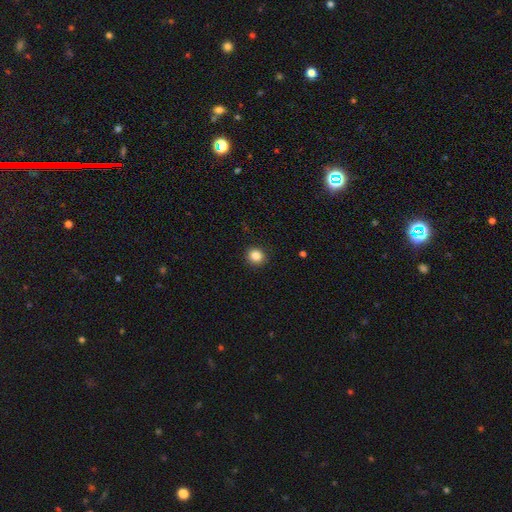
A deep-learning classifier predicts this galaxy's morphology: Smooth or featured: smooth — 86% (star or artifact — 11%)
How rounded: round — 88% (in between — 11%)
Merging: none — 91% (minor disturbance — 6%)